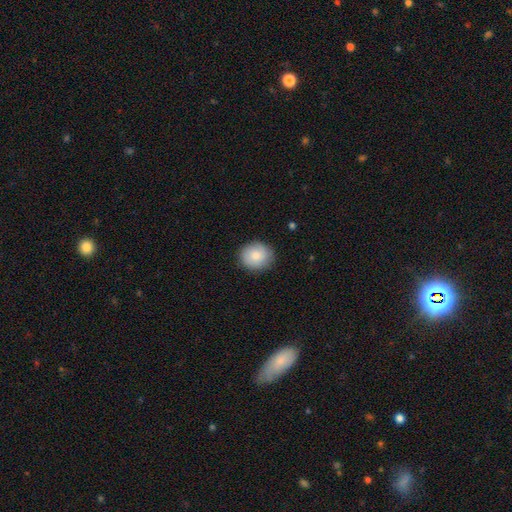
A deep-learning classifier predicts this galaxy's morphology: smooth 82%, featured or disk 11%, star or artifact 7%. Down the decision tree: how rounded — round (77%); merging — none (87%).